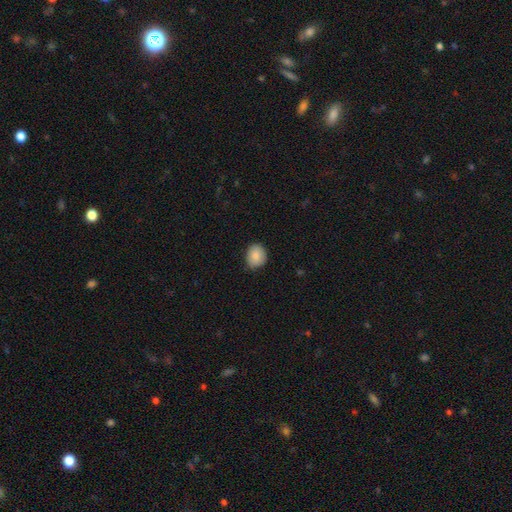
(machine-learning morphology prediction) This appears to be a smooth galaxy with no disk features (87%) that is round (63%). Merging: none (81%).